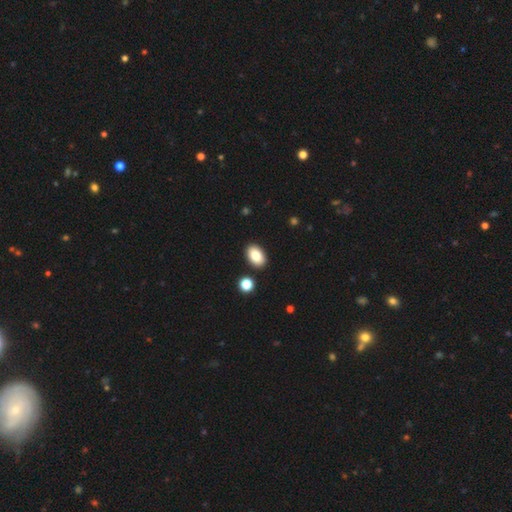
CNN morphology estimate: Smooth or featured: smooth — 82% (featured or disk — 9%)
How rounded: in between — 89% (round — 10%)
Merging: none — 88% (minor disturbance — 7%)